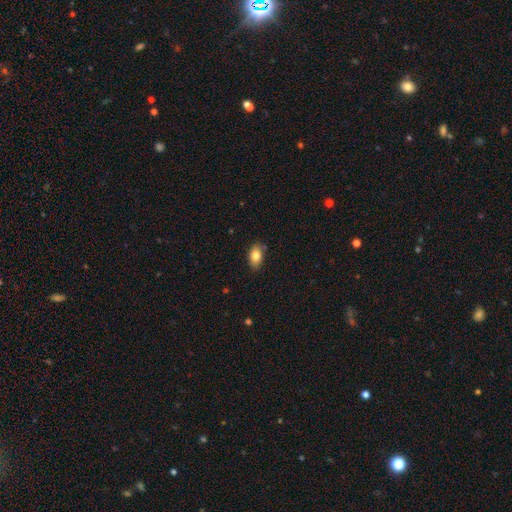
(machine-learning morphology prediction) This is clearly a smooth galaxy (82%). How rounded: clearly in between (90%). Merging: clearly none (84%).